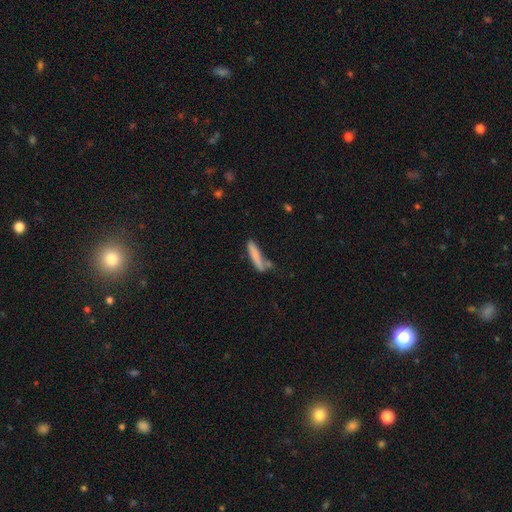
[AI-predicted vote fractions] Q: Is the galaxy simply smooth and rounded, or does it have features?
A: smooth — 78%.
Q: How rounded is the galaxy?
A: cigar-shaped — 87%.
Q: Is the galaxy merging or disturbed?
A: none — 58%.